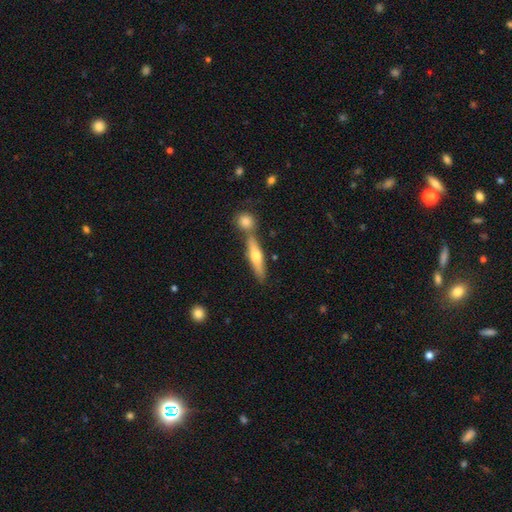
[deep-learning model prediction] This is possibly a smooth galaxy (52%). How rounded: likely cigar-shaped (79%). Merging: likely none (66%).